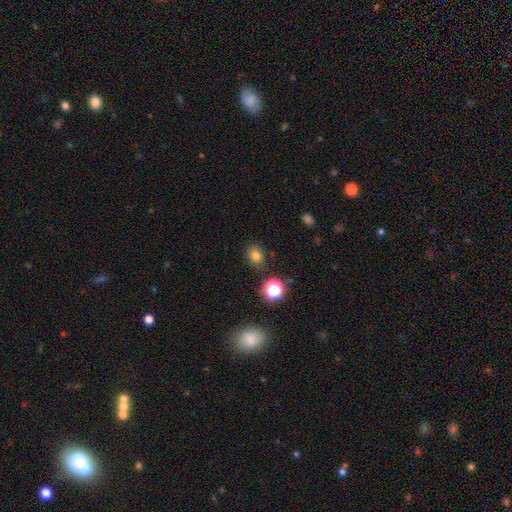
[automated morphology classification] type=smooth (77%); roundness=round (53%); merging=none (84%).